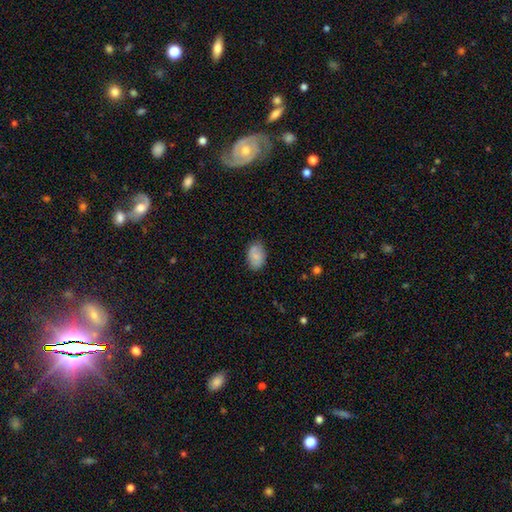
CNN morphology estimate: A smooth galaxy with no disk features (79%) that is in between round and cigar-shaped (89%). Merging: none (79%).